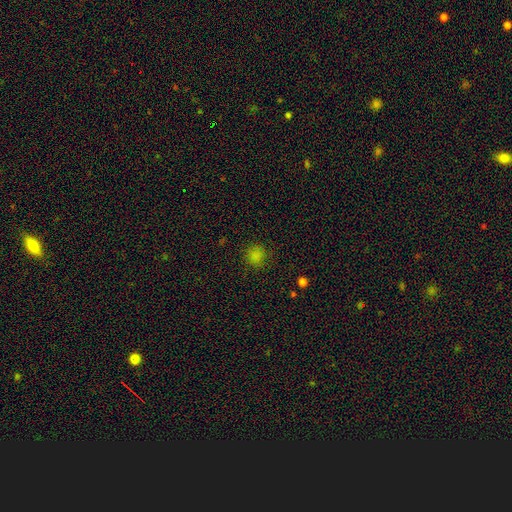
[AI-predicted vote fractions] Morphology: type=smooth (80%); roundness=round (87%); merging=none (85%).